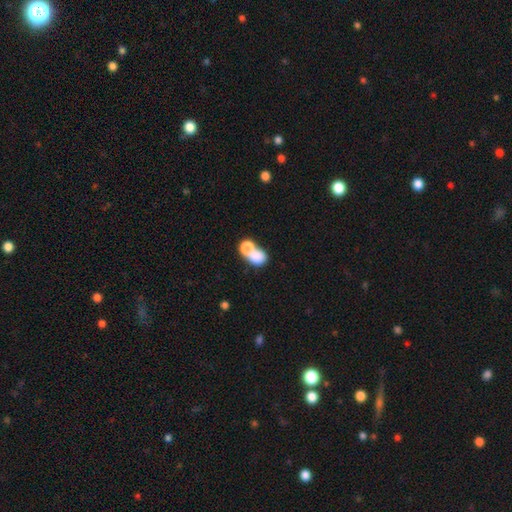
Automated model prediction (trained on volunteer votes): This is likely a smooth galaxy (76%). How rounded: possibly in between (54%). Merging: likely merger (61%).